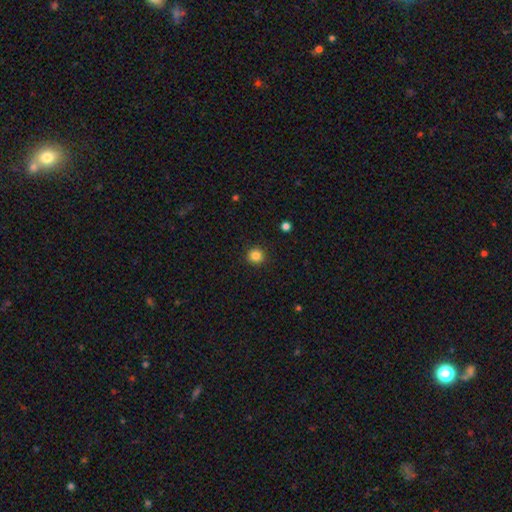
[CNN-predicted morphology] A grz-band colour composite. It shows a smooth galaxy with no disk features (84%) that is round (94%). Merging: none (92%).